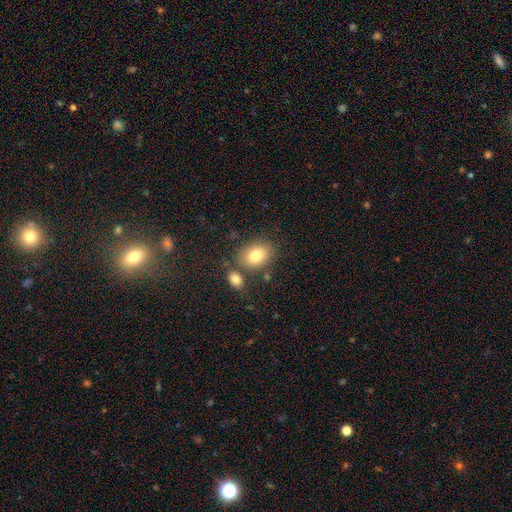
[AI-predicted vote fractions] Overall: smooth (79%). How rounded: in between (64%; round 35%). Merging: none (71%).